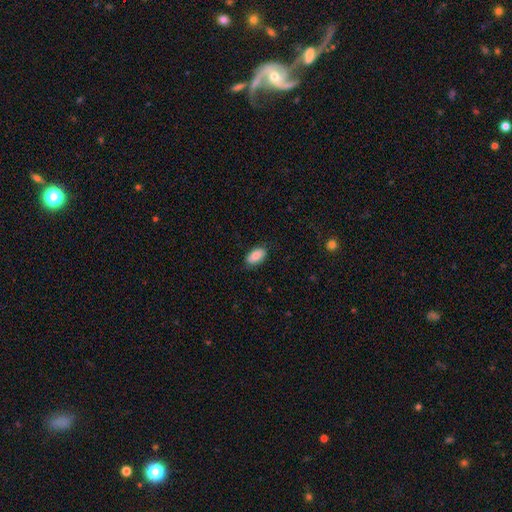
Smooth or featured?
  - smooth: 87% *
  - star or artifact: 8%
  - featured or disk: 5%
How rounded?
  - in between: 100% *
  - round: 0%
  - cigar-shaped: 0%
Merging?
  - none: 94% *
  - minor disturbance: 6%
  - major disturbance: 0%
  - merger: 0%